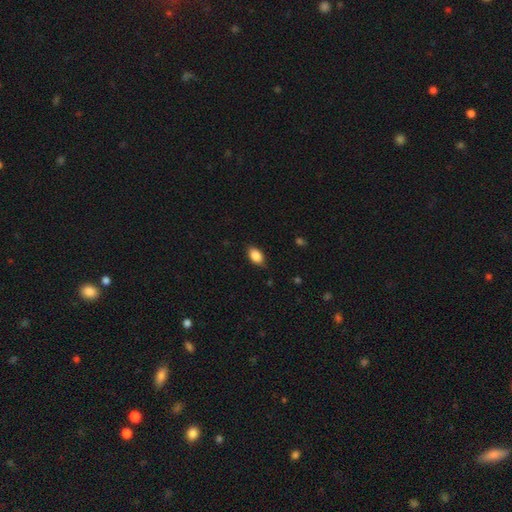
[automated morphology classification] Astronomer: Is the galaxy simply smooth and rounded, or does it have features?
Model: smooth — 87%.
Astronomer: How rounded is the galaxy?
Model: in between — 89%.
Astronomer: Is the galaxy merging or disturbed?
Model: none — 81%.